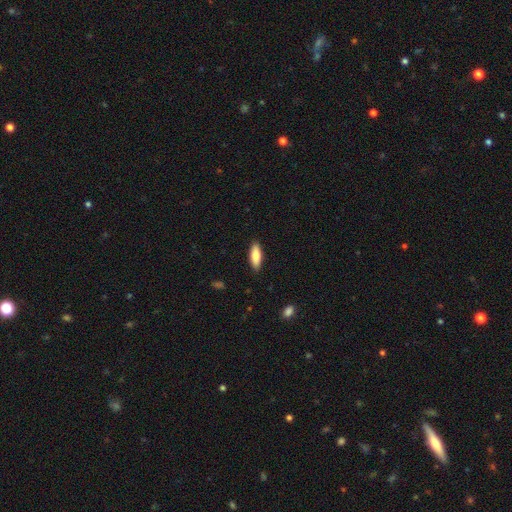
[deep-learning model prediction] A smooth galaxy with no disk features (82%) that is in between round and cigar-shaped (62%).

Vote fractions:
- Smooth or featured? smooth: 82% / featured or disk: 12% / star or artifact: 6%
- How rounded? in between: 62% / cigar-shaped: 36% / round: 2%
- Merging? none: 89% / minor disturbance: 8% / major disturbance: 2% / merger: 1%